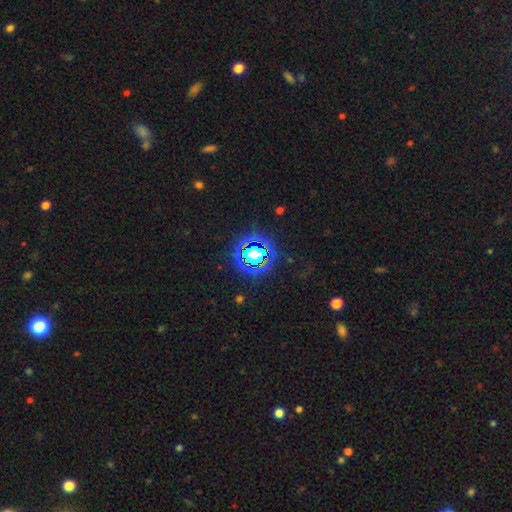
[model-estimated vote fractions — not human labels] Overall: star or artifact (79%).